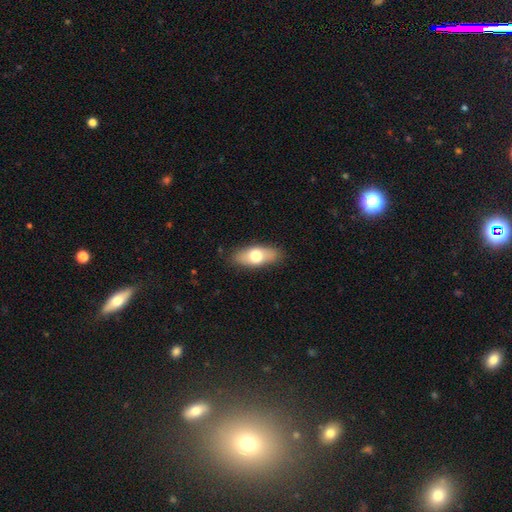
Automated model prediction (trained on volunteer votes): Morphology: type=smooth (67%); roundness=in between (79%); merging=none (86%).